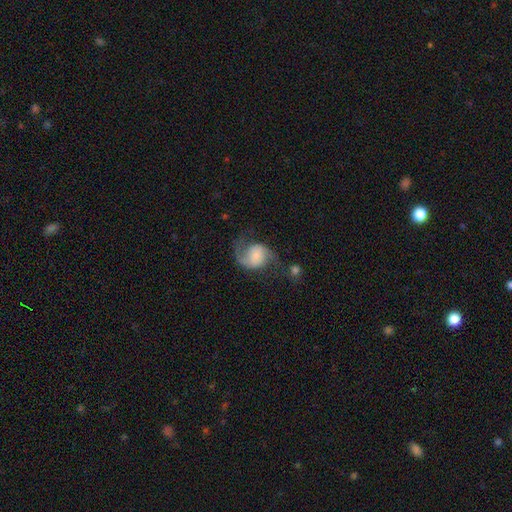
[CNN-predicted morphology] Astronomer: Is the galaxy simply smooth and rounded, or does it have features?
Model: featured or disk — 71%.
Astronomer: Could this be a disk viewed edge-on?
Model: no — 98%.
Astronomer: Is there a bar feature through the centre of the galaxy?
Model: no — 52% (runner-up: weak, 37%).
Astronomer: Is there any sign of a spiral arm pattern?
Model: yes — 94%.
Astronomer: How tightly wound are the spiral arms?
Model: loose — 56% (runner-up: medium, 36%).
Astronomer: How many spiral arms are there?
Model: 2 — 86%.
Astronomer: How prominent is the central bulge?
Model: small — 32% (runner-up: moderate, 23%).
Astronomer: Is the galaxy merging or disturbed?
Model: none — 54%.